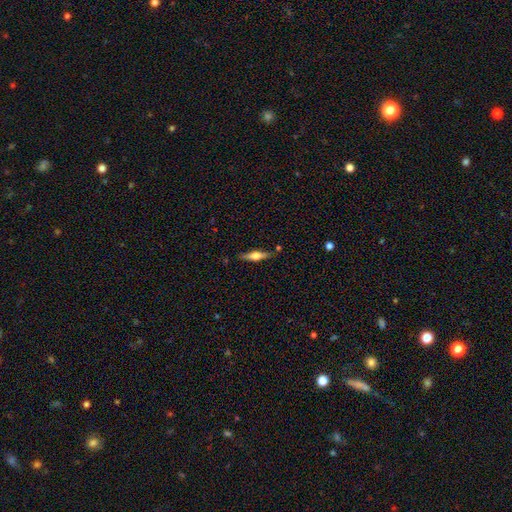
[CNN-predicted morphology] smooth_or_featured: featured or disk (p=0.56) [alt: smooth p=0.37]
disk_edge_on: yes (p=0.95) [alt: no p=0.05]
edge_on_bulge: rounded (p=0.90) [alt: boxy p=0.08]
merging: none (p=0.81) [alt: minor disturbance p=0.13]